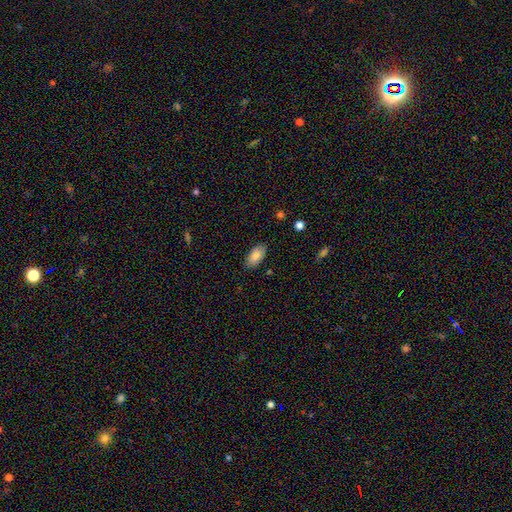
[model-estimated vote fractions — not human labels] Q: Smooth or featured?
A: smooth (83%); runner-up: featured or disk (10%)
Q: How rounded?
A: in between (94%); runner-up: cigar-shaped (3%)
Q: Merging?
A: none (85%); runner-up: minor disturbance (12%)